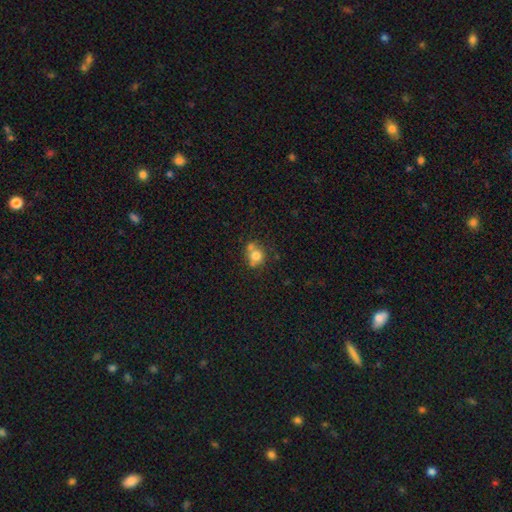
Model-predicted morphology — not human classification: Smooth or featured?
  - smooth: 74% *
  - featured or disk: 15%
  - star or artifact: 11%
How rounded?
  - round: 75% *
  - in between: 25%
  - cigar-shaped: 1%
Merging?
  - none: 46% *
  - merger: 32%
  - minor disturbance: 16%
  - major disturbance: 6%